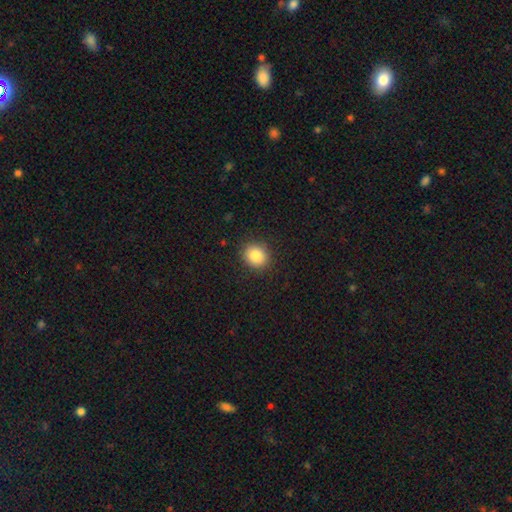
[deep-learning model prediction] A smooth galaxy with no disk features (85%) that is round (73%). Merging: none (89%).